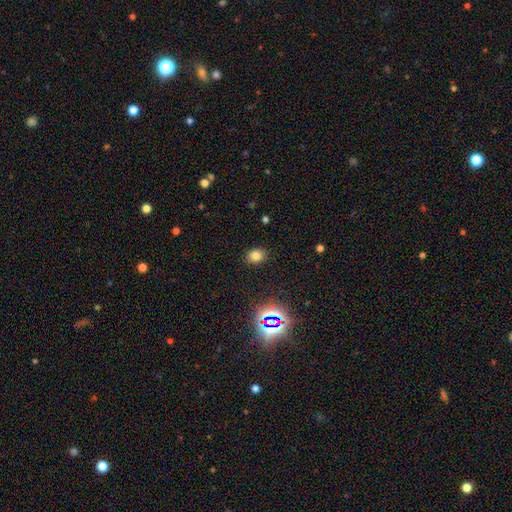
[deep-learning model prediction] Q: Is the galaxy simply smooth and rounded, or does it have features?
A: smooth — 76%.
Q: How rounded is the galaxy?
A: in between — 56%.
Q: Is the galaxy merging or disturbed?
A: none — 88%.